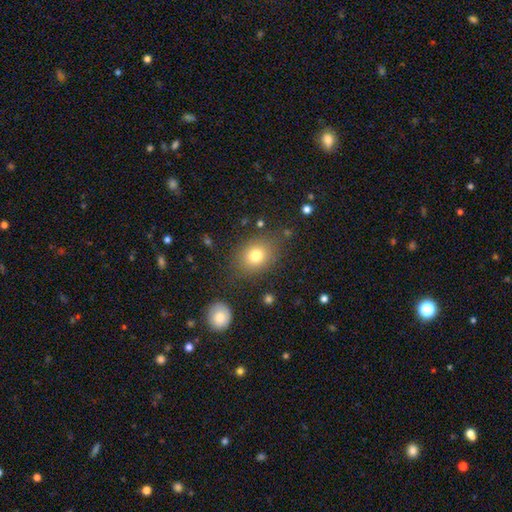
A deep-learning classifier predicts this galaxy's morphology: type=smooth (78%); roundness=round (50%); merging=none (79%).